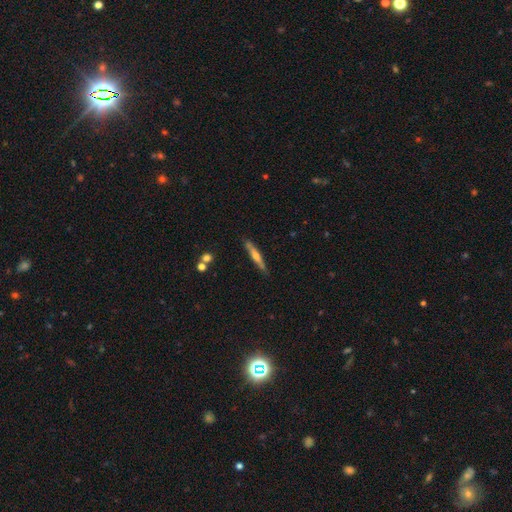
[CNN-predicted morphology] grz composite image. It shows a featured or disk galaxy (58%) viewed edge-on (94%) with a rounded central bulge (75%). Merging: none (85%).